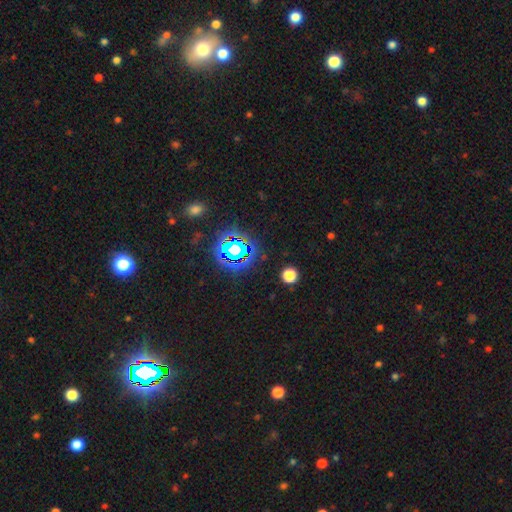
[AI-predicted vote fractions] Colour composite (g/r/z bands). It shows a star or artifact, not a galaxy (79%).